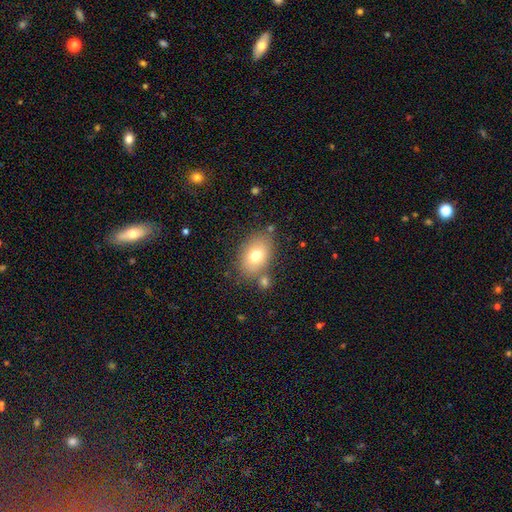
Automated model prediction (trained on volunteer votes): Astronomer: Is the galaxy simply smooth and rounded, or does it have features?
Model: smooth — 73%.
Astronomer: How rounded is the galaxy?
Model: in between — 81%.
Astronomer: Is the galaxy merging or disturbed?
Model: none — 74%.